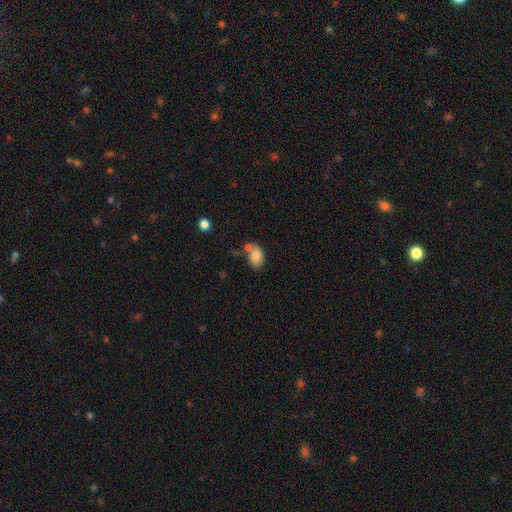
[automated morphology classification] Smooth or featured? smooth (83%)
How rounded? in between (76%)
Merging? none (53%)